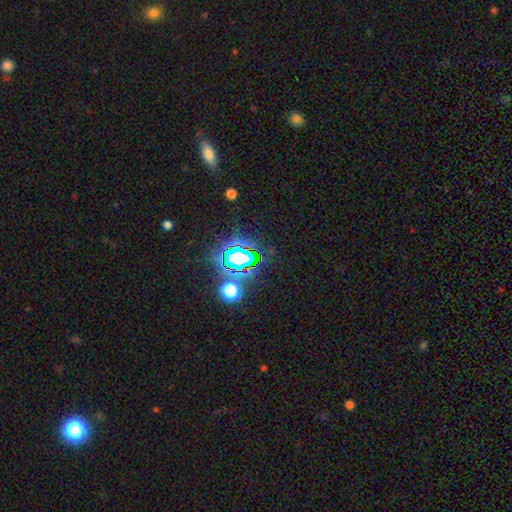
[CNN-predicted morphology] A star or artifact, not a galaxy (77%).